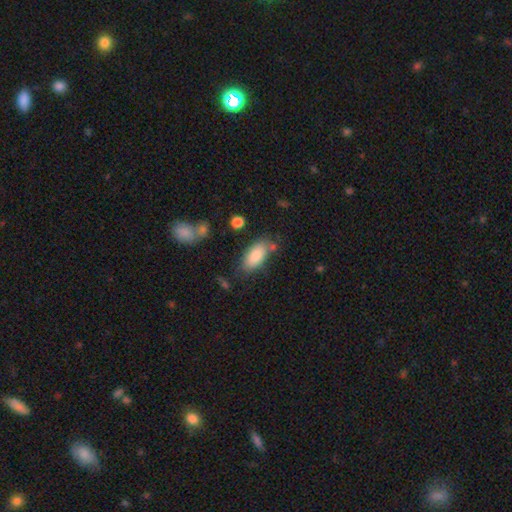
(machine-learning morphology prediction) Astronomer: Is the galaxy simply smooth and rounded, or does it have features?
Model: smooth — 85%.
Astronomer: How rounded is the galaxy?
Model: in between — 90%.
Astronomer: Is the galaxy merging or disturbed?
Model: none — 69%.